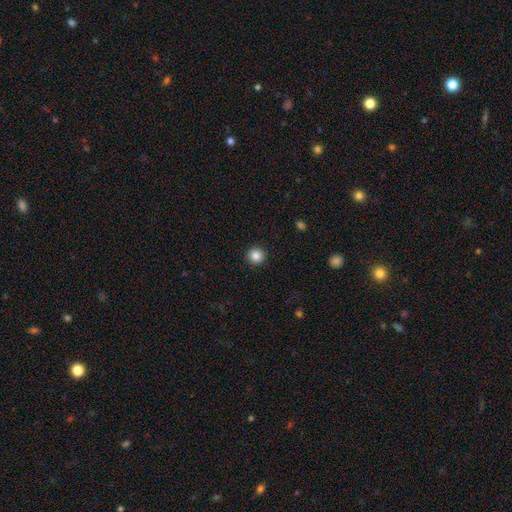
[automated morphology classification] Smooth or featured: smooth — 86% (star or artifact — 10%)
How rounded: round — 95% (in between — 4%)
Merging: none — 93% (minor disturbance — 4%)